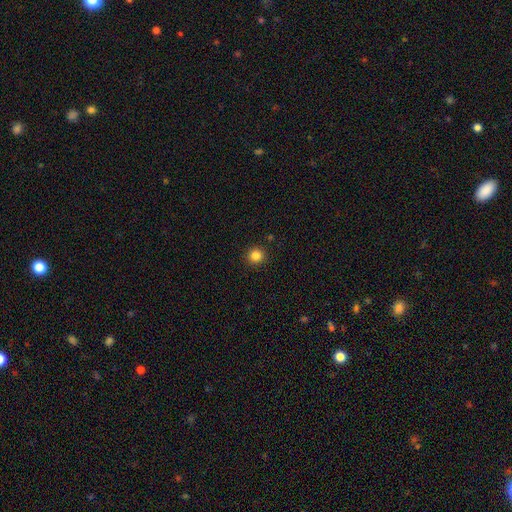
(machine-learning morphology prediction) smooth 84%, star or artifact 12%, featured or disk 4%. Down the decision tree: how rounded — round (95%); merging — none (92%).